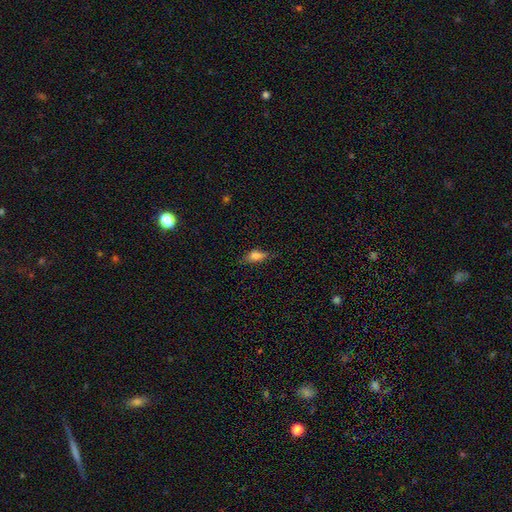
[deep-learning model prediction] smooth 76%, featured or disk 12%, star or artifact 12%. Down the decision tree: how rounded — in between (78%); merging — none (65%).